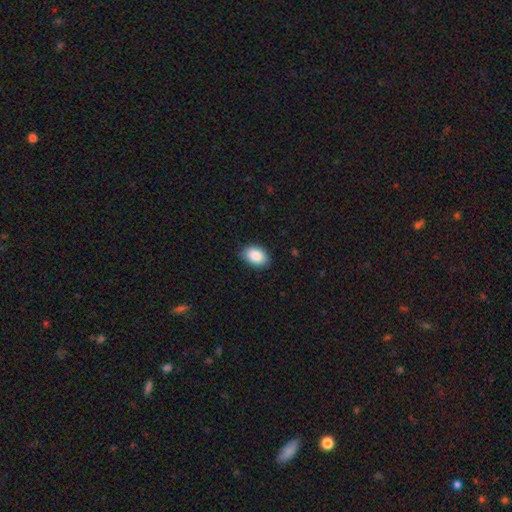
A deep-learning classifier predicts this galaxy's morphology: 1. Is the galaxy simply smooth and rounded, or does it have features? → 89% smooth, 7% star or artifact, 4% featured or disk.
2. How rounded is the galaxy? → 86% in between, 13% round, 1% cigar-shaped.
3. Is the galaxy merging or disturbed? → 85% none, 12% minor disturbance, 2% major disturbance, 1% merger.